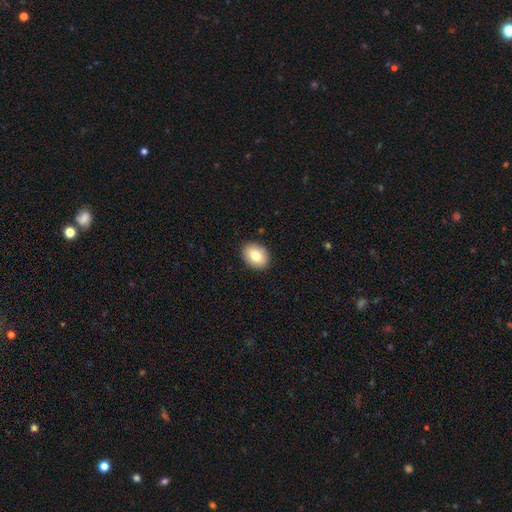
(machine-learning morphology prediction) This appears to be a smooth galaxy with no disk features (81%) that is in between round and cigar-shaped (72%). Merging: none (91%).